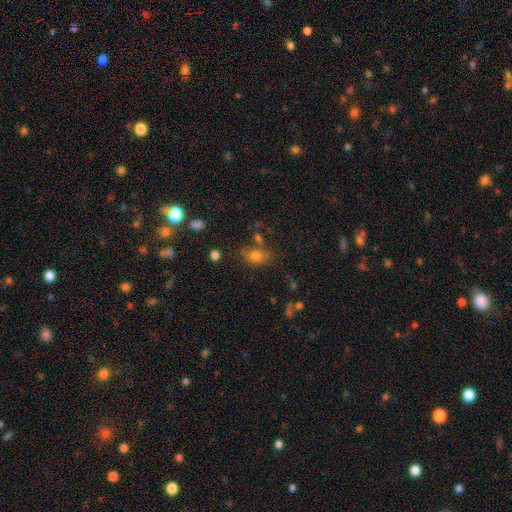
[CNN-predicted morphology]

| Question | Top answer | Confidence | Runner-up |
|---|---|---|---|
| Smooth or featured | smooth | 73% | star or artifact (16%) |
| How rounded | in between | 59% | round (38%) |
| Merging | none | 61% | minor disturbance (20%) |